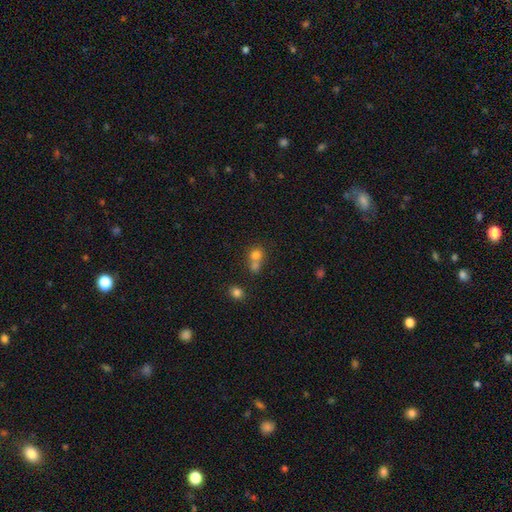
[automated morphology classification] A smooth galaxy with no disk features (72%) that is round (79%). Merging: merger (53%).